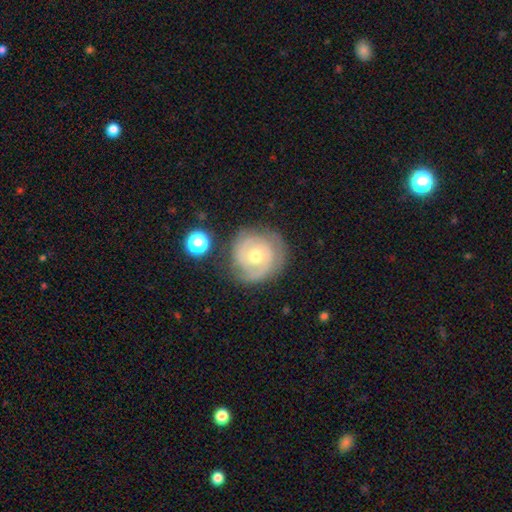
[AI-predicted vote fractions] Overall: featured or disk (78%). Edge-on disk: no (98%). Bar: no (74%). Spiral arms: yes (91%). Spiral arm count: 2 (51%; can't tell 21%). Spiral winding: tight (67%; medium 27%). Bulge size: moderate (60%; small 36%). Merging: none (75%).